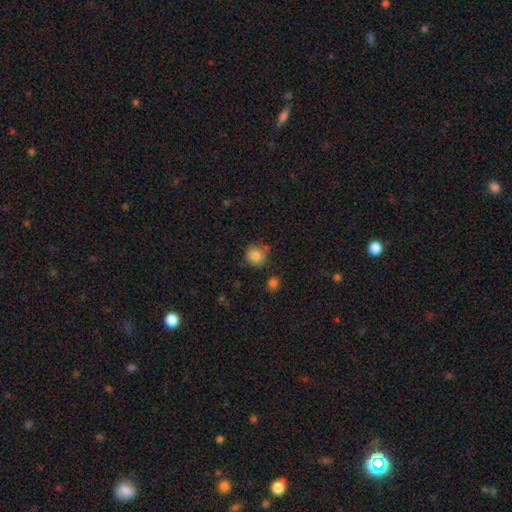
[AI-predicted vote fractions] Smooth or featured? Predicted: smooth (p=0.83). How rounded? Predicted: round (p=0.89). Merging? Predicted: none (p=0.73).